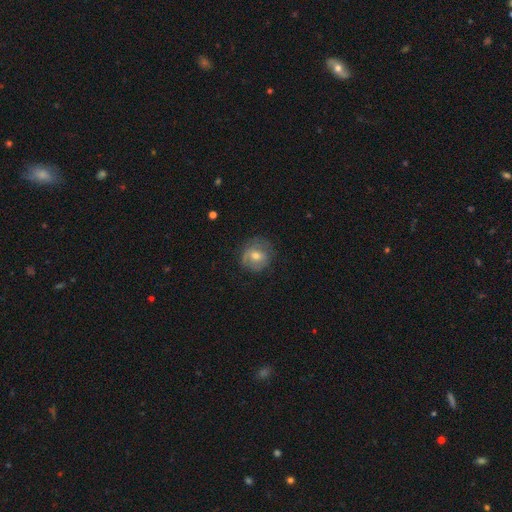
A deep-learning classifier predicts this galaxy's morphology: A smooth galaxy with no disk features (51%) that is round (83%). Merging: none (65%).